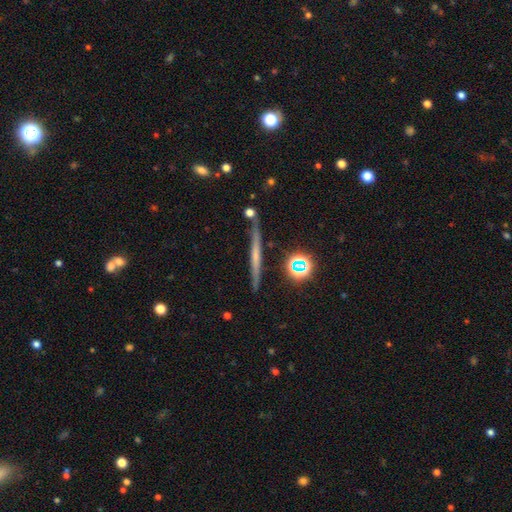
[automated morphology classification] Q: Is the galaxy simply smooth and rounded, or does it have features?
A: featured or disk — 50%.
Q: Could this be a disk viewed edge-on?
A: yes — 95%.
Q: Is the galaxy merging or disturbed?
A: none — 84%.